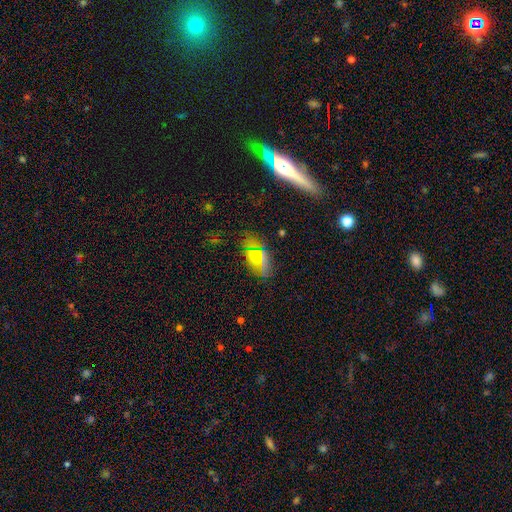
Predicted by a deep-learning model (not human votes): smooth 64%, star or artifact 22%, featured or disk 14%. Down the decision tree: how rounded — in between (85%); merging — none (78%).